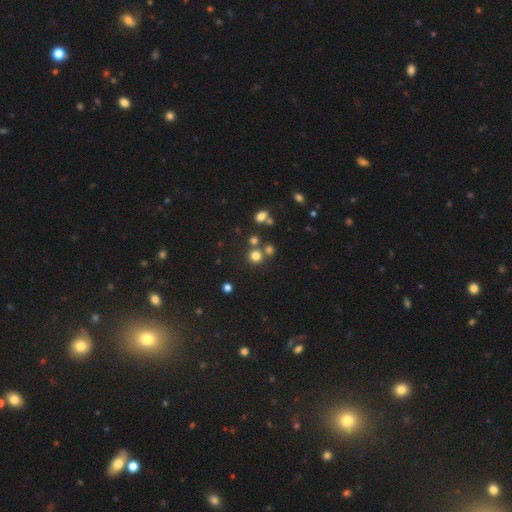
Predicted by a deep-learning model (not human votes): smooth_or_featured: smooth (p=0.75) [alt: star or artifact p=0.18]
how_rounded: round (p=0.91) [alt: in between p=0.08]
merging: none (p=0.70) [alt: merger p=0.19]